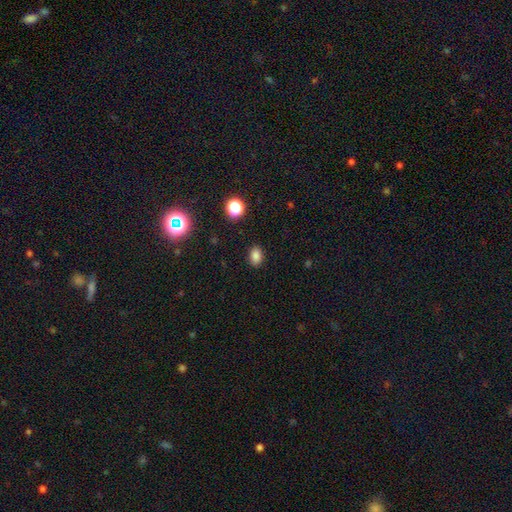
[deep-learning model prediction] A smooth galaxy with no disk features (82%) that is in between round and cigar-shaped (76%). Merging: none (88%).